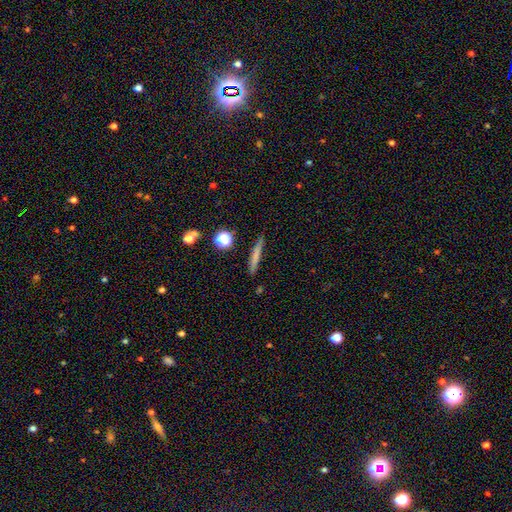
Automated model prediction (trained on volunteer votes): Smooth or featured? Predicted: smooth (p=0.68). How rounded? Predicted: cigar-shaped (p=0.92). Merging? Predicted: none (p=0.87).